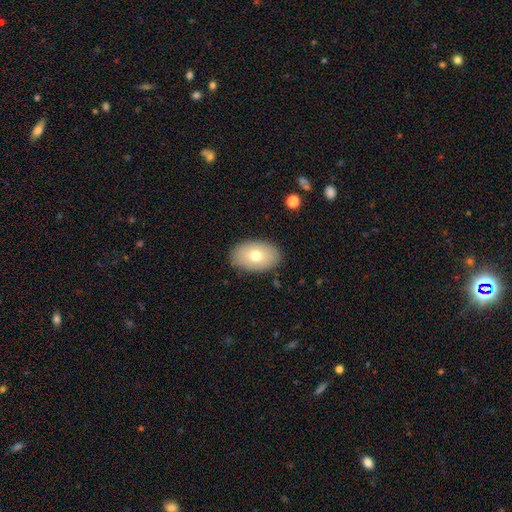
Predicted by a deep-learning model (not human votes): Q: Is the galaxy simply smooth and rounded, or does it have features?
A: smooth — 73%.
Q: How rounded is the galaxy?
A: in between — 89%.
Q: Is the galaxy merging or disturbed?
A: none — 87%.